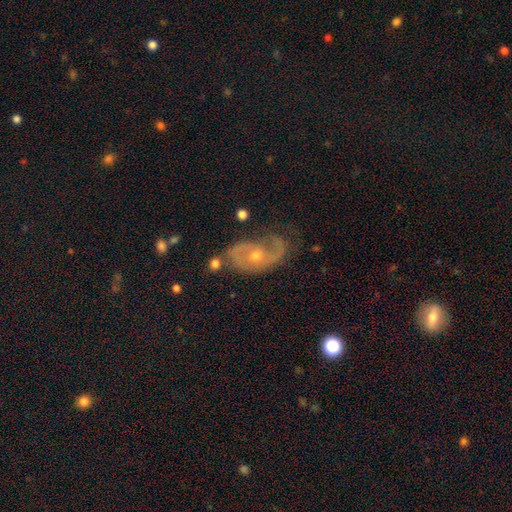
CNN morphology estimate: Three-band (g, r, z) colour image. It shows a featured or disk galaxy (82%) with no bar (70%), 2 (65%) medium (44%) spiral arms (90%) and a moderate central bulge (52%). Merging: none (55%).